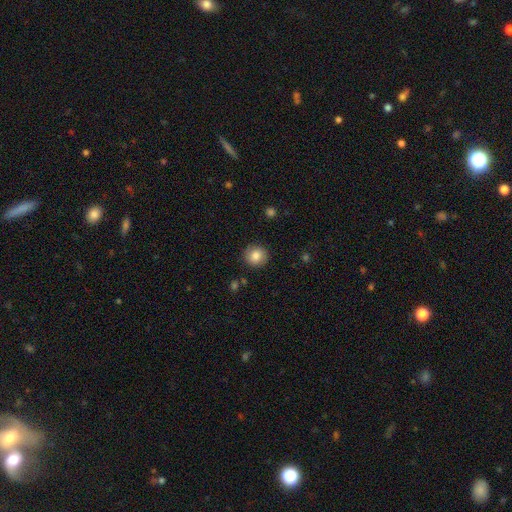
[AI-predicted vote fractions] smooth-or-featured: smooth: 84% | star or artifact: 9% | featured or disk: 8%
  how-rounded: round: 90% | in between: 9% | cigar-shaped: 1%
  merging: none: 89% | minor disturbance: 8% | major disturbance: 2% | merger: 1%